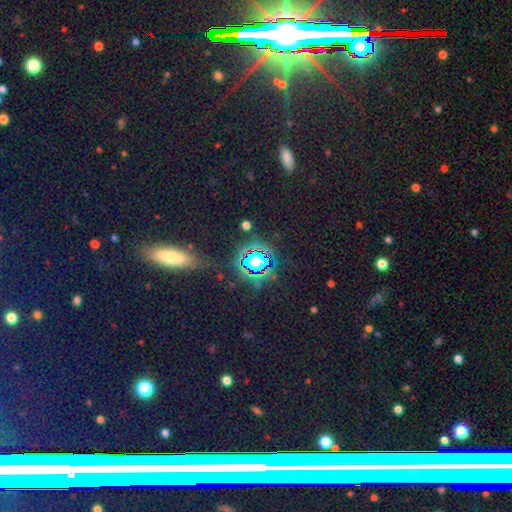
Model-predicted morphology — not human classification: The model was most divided on "smooth or featured": star or artifact: 72%, smooth: 18%, featured or disk: 9%.